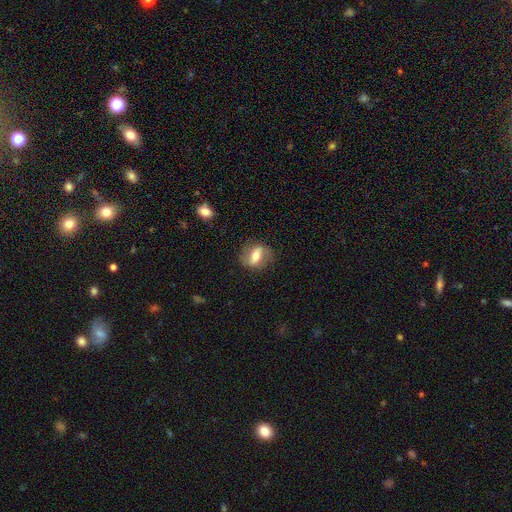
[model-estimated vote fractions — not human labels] This appears to be a featured or disk galaxy (48%). Merging: none (78%).